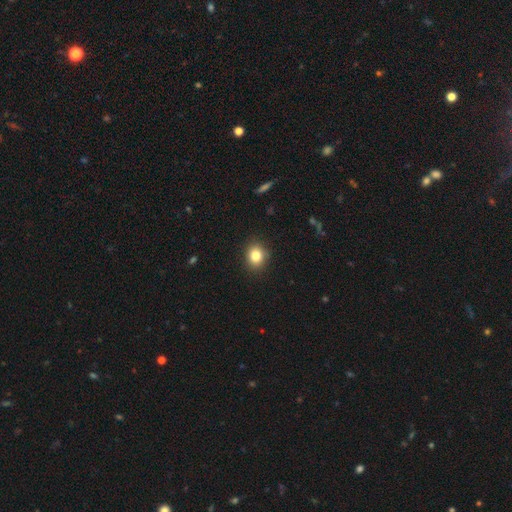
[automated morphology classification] The model was most divided on "how rounded": round: 71%, in between: 28%, cigar-shaped: 1%. More confident: merging — none (90%); smooth or featured — smooth (83%).